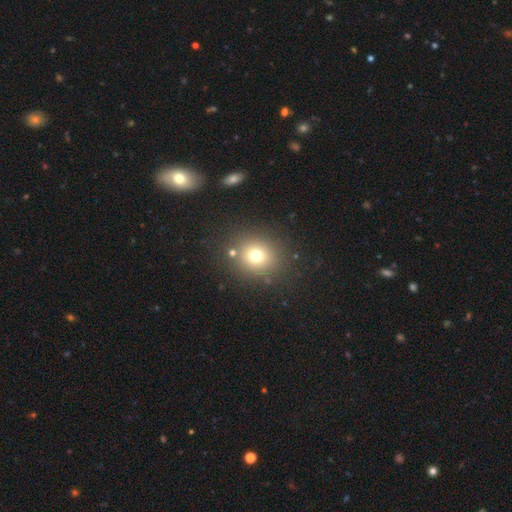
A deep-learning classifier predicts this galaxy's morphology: type=smooth (72%); roundness=round (84%); merging=none (83%).